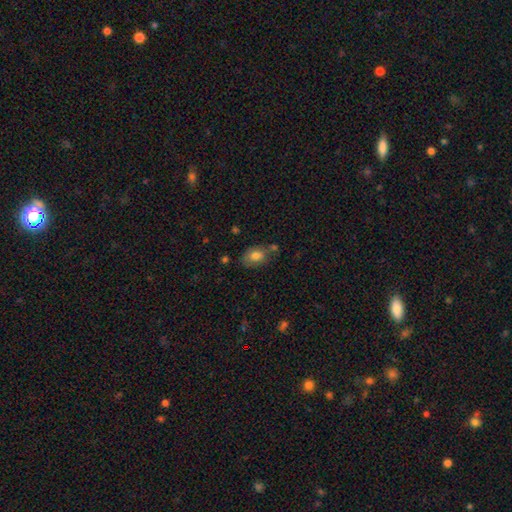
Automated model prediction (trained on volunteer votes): A smooth galaxy with no disk features (76%) that is in between round and cigar-shaped (82%). Merging: none (59%).